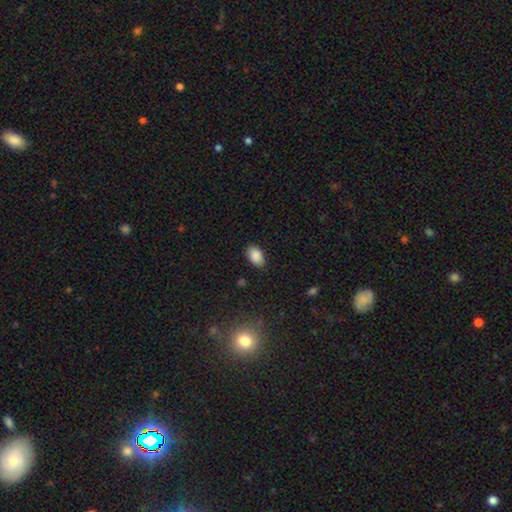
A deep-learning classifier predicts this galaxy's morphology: This appears to be a smooth galaxy with no disk features (88%) that is in between round and cigar-shaped (90%). Merging: none (84%).